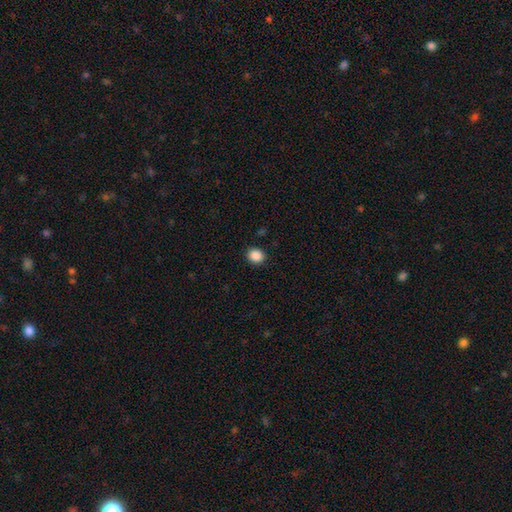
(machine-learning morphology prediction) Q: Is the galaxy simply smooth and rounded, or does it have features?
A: smooth — 88%.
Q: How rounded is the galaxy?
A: round — 78%.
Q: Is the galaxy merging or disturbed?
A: none — 90%.